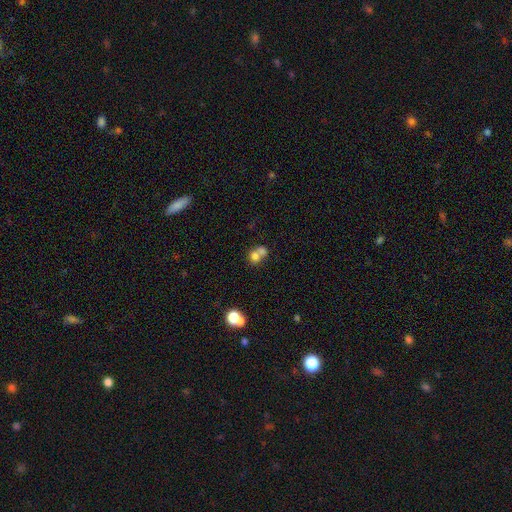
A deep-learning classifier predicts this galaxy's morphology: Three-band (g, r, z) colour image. It shows a smooth galaxy with no disk features (71%) that is round (68%). Merging: merger (62%).